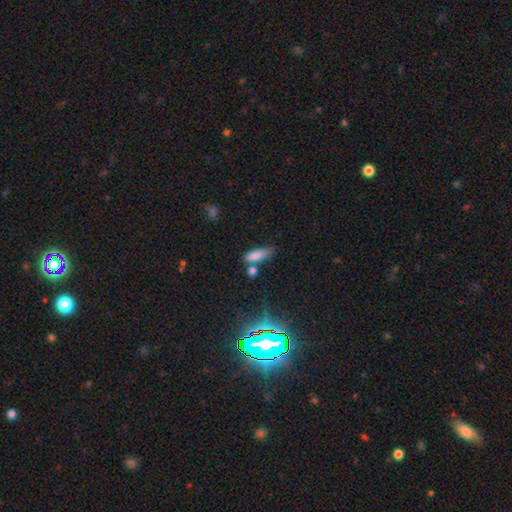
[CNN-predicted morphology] Q: Smooth or featured?
A: smooth (81%); runner-up: star or artifact (11%)
Q: How rounded?
A: in between (54%); runner-up: cigar-shaped (43%)
Q: Merging?
A: none (55%); runner-up: minor disturbance (22%)